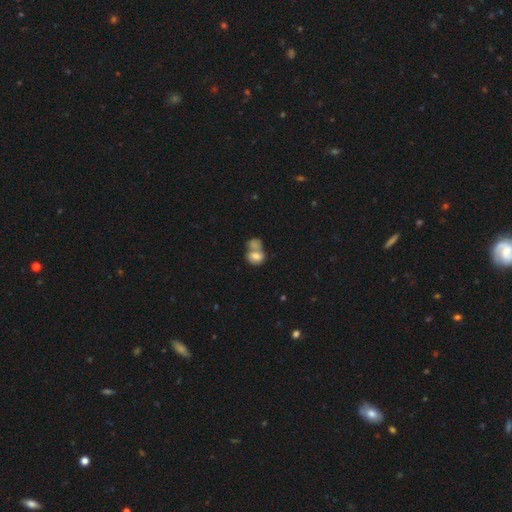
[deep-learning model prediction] smooth_or_featured: smooth (p=0.75) [alt: featured or disk p=0.16]
how_rounded: in between (p=0.64) [alt: round p=0.34]
merging: merger (p=0.61) [alt: none p=0.23]